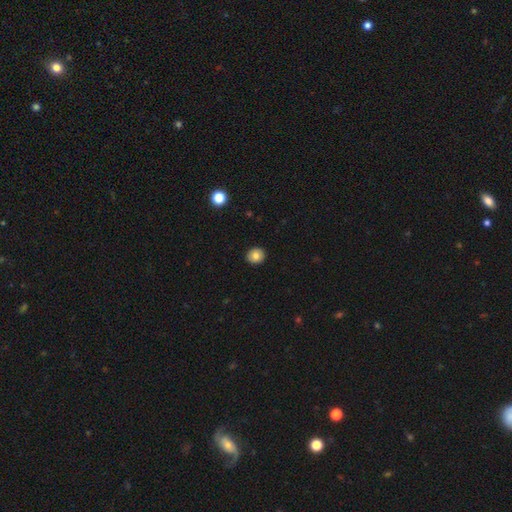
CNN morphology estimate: A smooth galaxy with no disk features (80%) that is round (83%).

Vote fractions:
- Smooth or featured? smooth: 80% / featured or disk: 11% / star or artifact: 9%
- How rounded? round: 83% / in between: 16% / cigar-shaped: 1%
- Merging? none: 91% / minor disturbance: 6% / major disturbance: 2% / merger: 1%